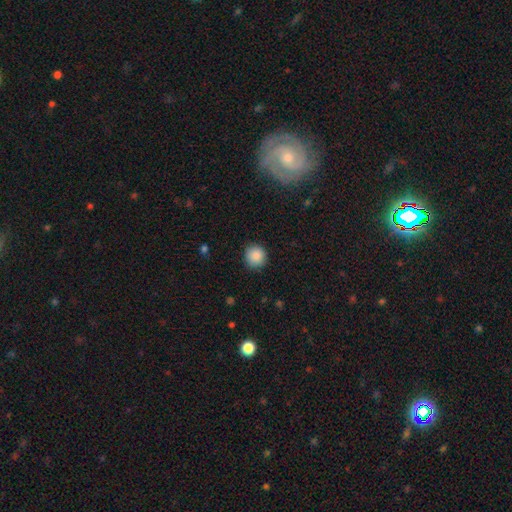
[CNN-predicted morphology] smooth-or-featured: smooth: 88% | star or artifact: 9% | featured or disk: 4%
  how-rounded: round: 92% | in between: 7% | cigar-shaped: 1%
  merging: none: 89% | minor disturbance: 8% | major disturbance: 2% | merger: 1%